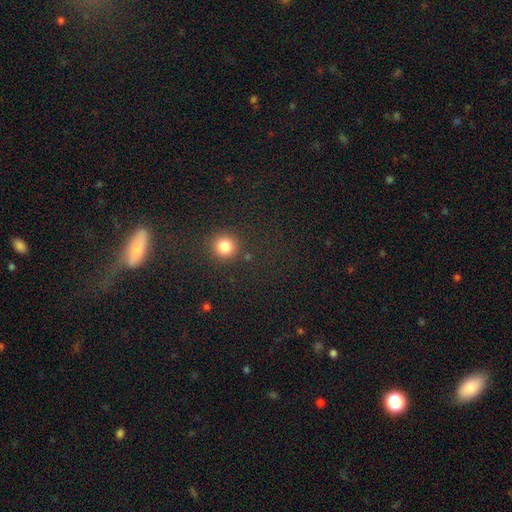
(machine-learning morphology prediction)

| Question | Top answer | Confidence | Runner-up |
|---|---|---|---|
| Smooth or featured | star or artifact | 43% | smooth (42%) |